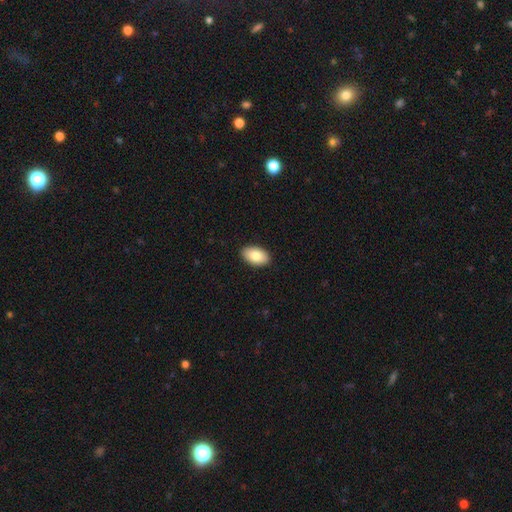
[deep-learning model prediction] Smooth or featured? Predicted: smooth (p=0.84). How rounded? Predicted: in between (p=0.94). Merging? Predicted: none (p=0.90).